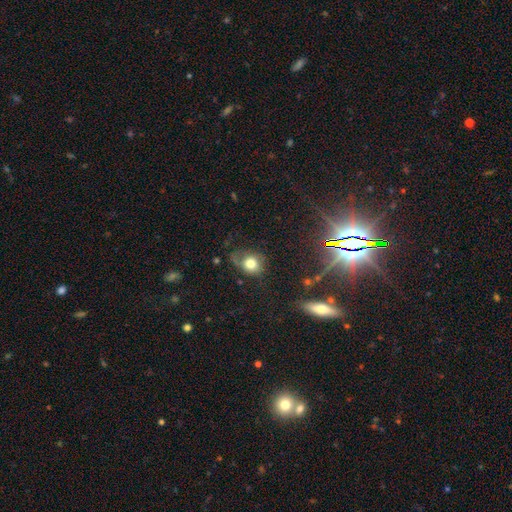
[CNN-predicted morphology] This is possibly a smooth galaxy (55%). How rounded: likely round (63%). Merging: possibly none (56%).